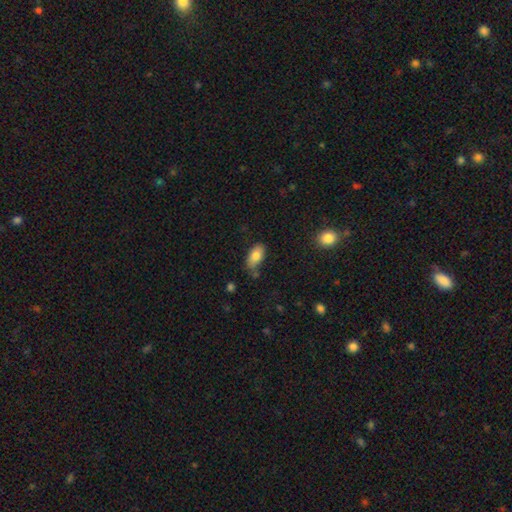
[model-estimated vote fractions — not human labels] This appears to be a smooth galaxy with no disk features (81%) that is in between round and cigar-shaped (92%). Merging: none (67%).